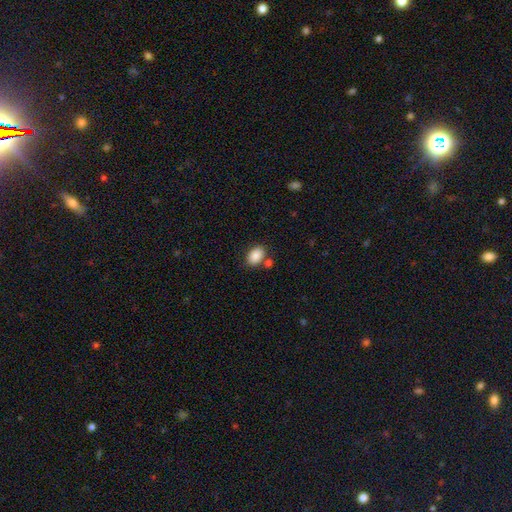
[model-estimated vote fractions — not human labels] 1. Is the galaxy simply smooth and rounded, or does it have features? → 87% smooth, 8% star or artifact, 5% featured or disk.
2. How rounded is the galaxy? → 80% in between, 19% round, 1% cigar-shaped.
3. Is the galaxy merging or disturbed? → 74% none, 11% merger, 11% minor disturbance, 3% major disturbance.